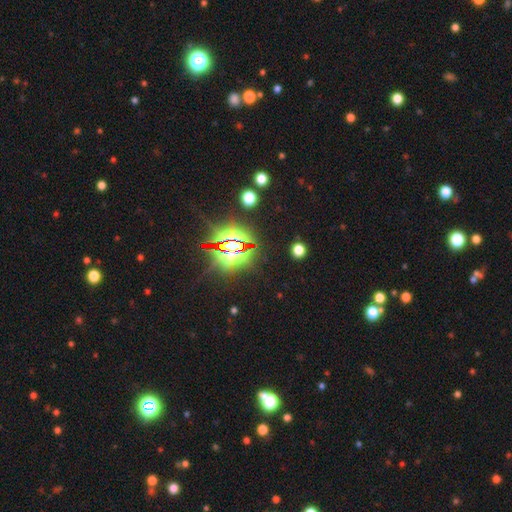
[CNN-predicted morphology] This appears to be a star or artifact, not a galaxy (84%).